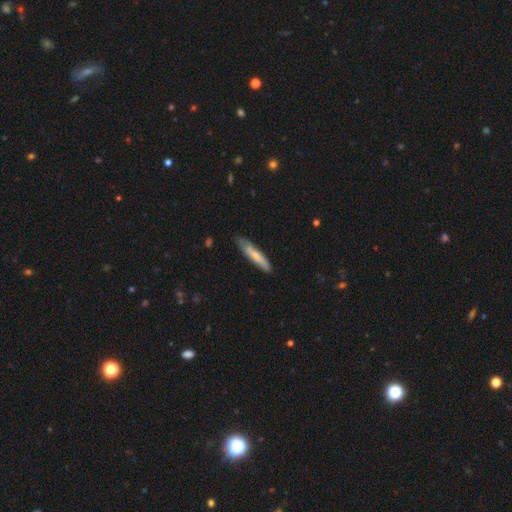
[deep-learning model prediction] This is likely a smooth galaxy (65%). How rounded: clearly cigar-shaped (86%). Merging: likely none (73%).